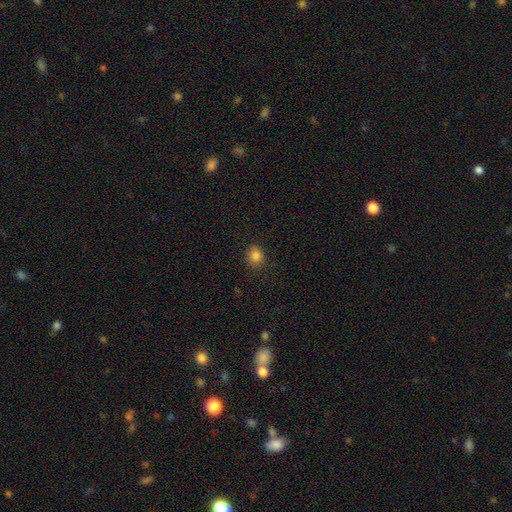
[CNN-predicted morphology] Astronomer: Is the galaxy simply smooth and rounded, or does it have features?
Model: smooth — 83%.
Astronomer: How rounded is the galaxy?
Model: round — 79%.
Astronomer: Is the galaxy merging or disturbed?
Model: none — 85%.